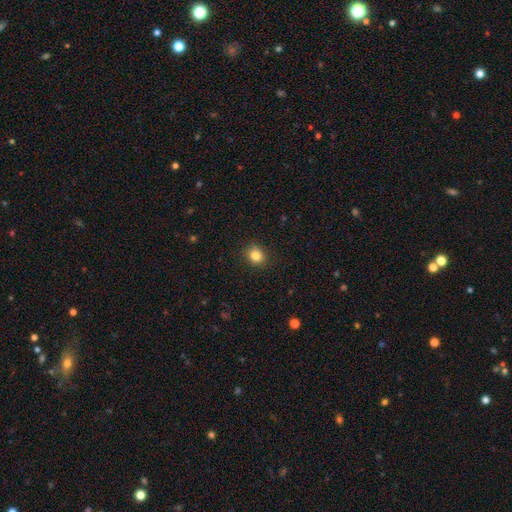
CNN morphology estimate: Overall: smooth (84%). How rounded: round (72%). Merging: none (89%).